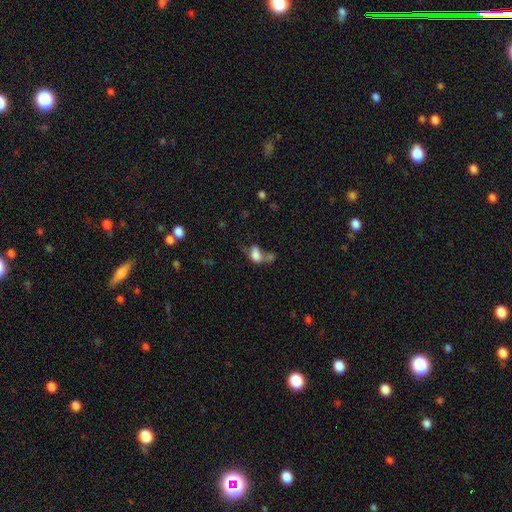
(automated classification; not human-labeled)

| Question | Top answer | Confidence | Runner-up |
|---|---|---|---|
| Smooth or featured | smooth | 76% | featured or disk (13%) |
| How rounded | in between | 80% | round (18%) |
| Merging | merger | 43% | none (24%) |